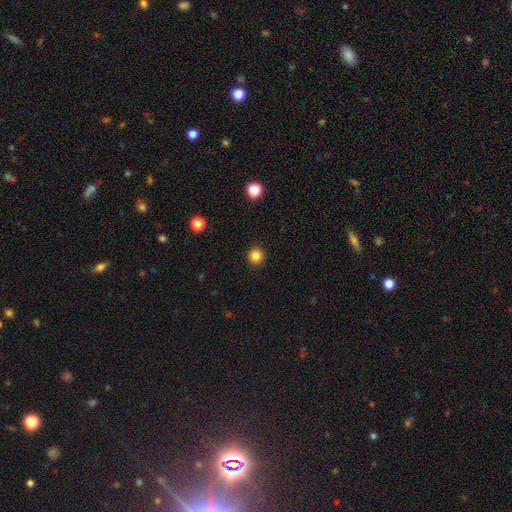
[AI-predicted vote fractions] Q: Smooth or featured?
A: smooth (84%); runner-up: star or artifact (12%)
Q: How rounded?
A: round (95%); runner-up: in between (4%)
Q: Merging?
A: none (93%); runner-up: minor disturbance (4%)